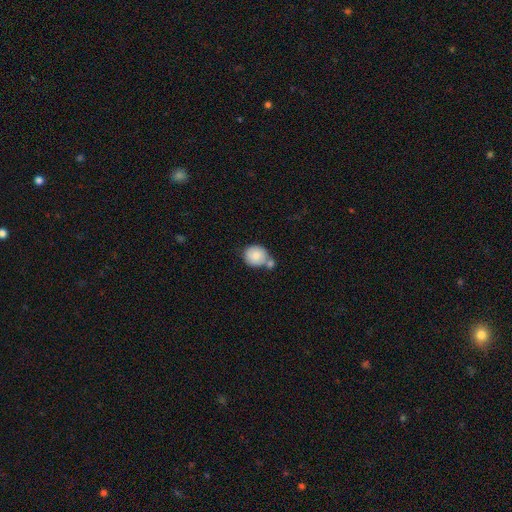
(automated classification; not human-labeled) A smooth galaxy with no disk features (82%) that is round (80%). Merging: none (46%).